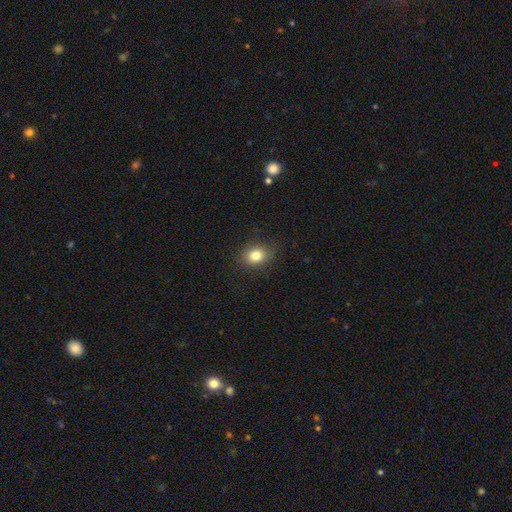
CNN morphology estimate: Smooth or featured? Predicted: smooth (p=0.82). How rounded? Predicted: in between (p=0.52). Merging? Predicted: none (p=0.84).